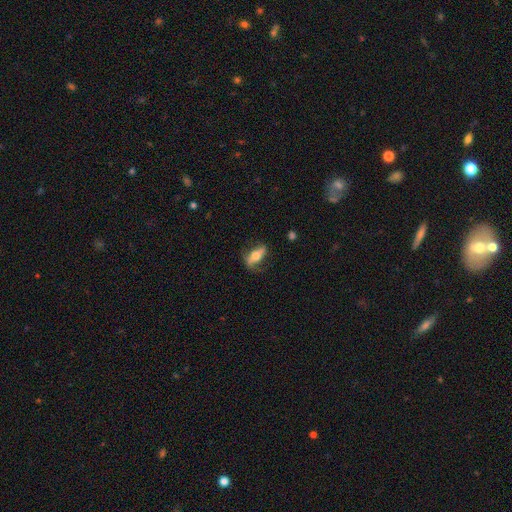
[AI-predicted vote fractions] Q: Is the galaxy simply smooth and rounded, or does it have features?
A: smooth — 49%.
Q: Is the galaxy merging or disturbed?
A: none — 64%.